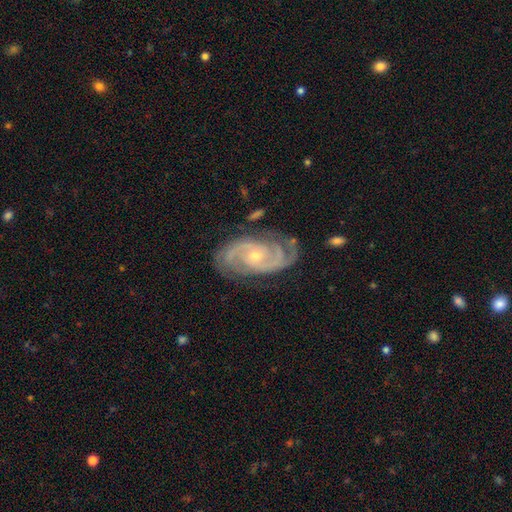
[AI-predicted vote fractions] Morphology: type=featured or disk (92%); edge-on=no (97%); bar=no (65%); spiral arms=yes (98%); winding=tight (62%); arm count=2 (66%); bulge=small (57%); merging=none (77%).